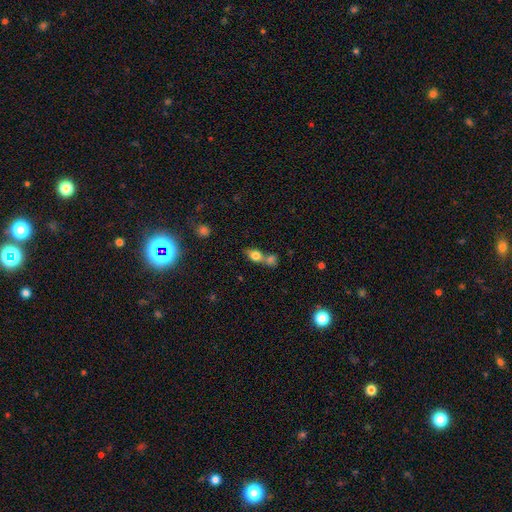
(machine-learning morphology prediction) smooth-or-featured: smooth: 76% | featured or disk: 13% | star or artifact: 10%
  how-rounded: in between: 65% | round: 30% | cigar-shaped: 6%
  merging: merger: 51% | none: 35% | minor disturbance: 9% | major disturbance: 4%